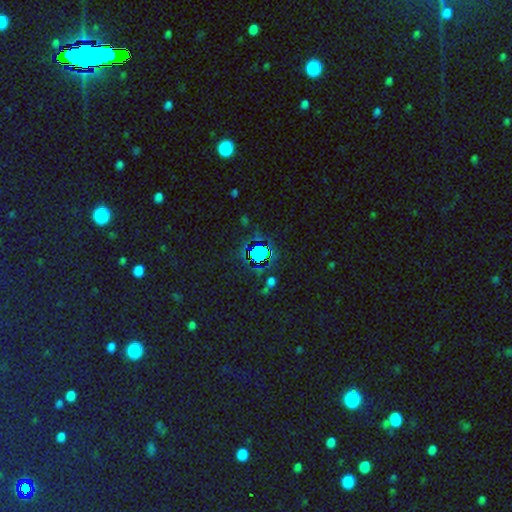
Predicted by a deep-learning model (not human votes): star or artifact 66%, smooth 23%, featured or disk 11%.